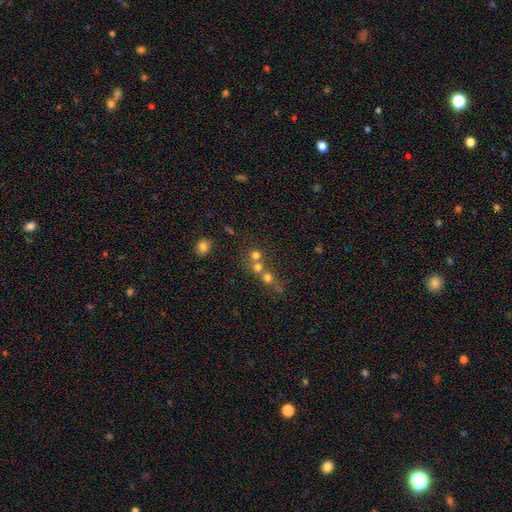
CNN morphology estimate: Smooth or featured? Predicted: smooth (p=0.65). How rounded? Predicted: round (p=0.87). Merging? Predicted: merger (p=0.49).